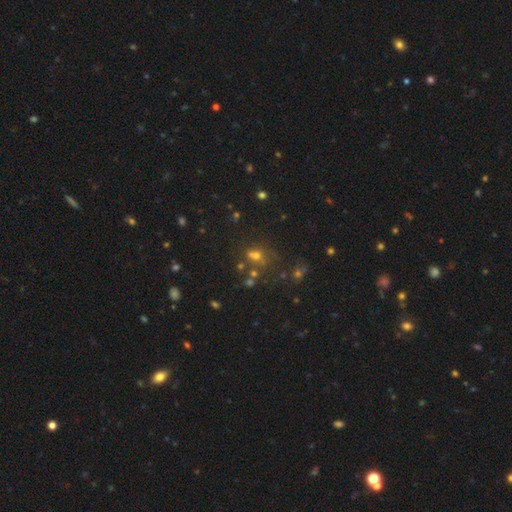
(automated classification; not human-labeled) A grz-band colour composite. It shows a smooth galaxy with no disk features (50%) that is round (61%). Merging: none (55%).